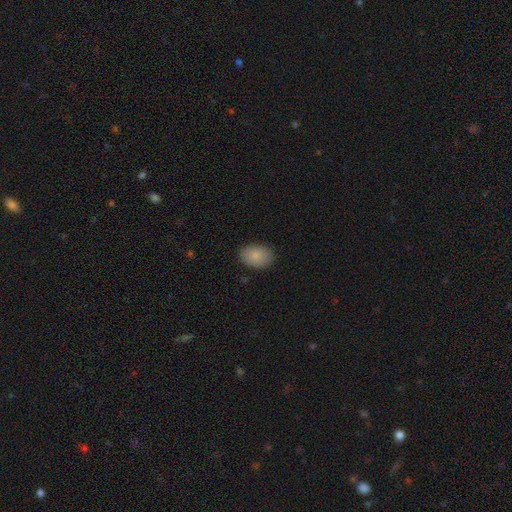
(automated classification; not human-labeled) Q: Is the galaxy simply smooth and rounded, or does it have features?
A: smooth — 87%.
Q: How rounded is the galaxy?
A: in between — 82%.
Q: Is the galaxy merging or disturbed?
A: none — 85%.